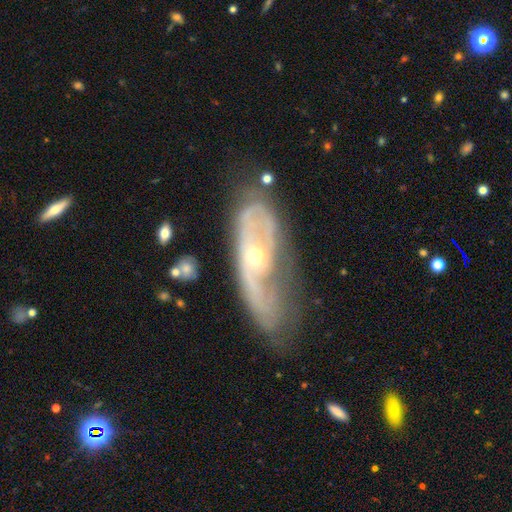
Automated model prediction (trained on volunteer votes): smooth-or-featured: featured or disk: 79% | smooth: 14% | star or artifact: 7%
  disk-edge-on: no: 85% | yes: 15%
    bar: no: 69% | weak: 23% | strong: 8%
    has-spiral-arms: yes: 78% | no: 22%
      spiral-winding: tight: 44% | medium: 36% | loose: 20%
      spiral-arm-count: 2: 45% | can't tell: 35% | 1: 11% | 3: 5% | 4: 2% | more than 4: 2%
    bulge-size: small: 55% | moderate: 41% | large: 2% | none: 1% | dominant: 1%
  merging: none: 50% | minor disturbance: 27% | major disturbance: 19% | merger: 4%